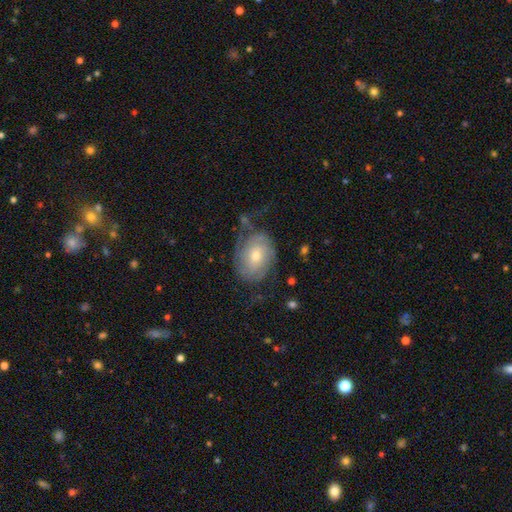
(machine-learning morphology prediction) featured or disk 74%, smooth 19%, star or artifact 7%. Down the decision tree: edge-on disk — no (97%); bar — no (69%); spiral arms — yes (90%); spiral arm count — 2 (46%); spiral winding — tight (51%); bulge size — moderate (51%); merging — none (57%).